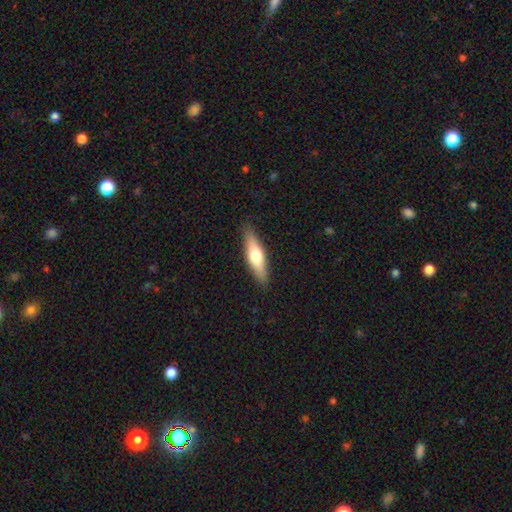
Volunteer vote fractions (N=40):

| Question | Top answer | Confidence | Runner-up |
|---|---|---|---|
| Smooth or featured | smooth | 55% | featured or disk (42%) |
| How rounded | cigar-shaped | 59% | in between (41%) |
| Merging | none | 92% | minor disturbance (5%) |